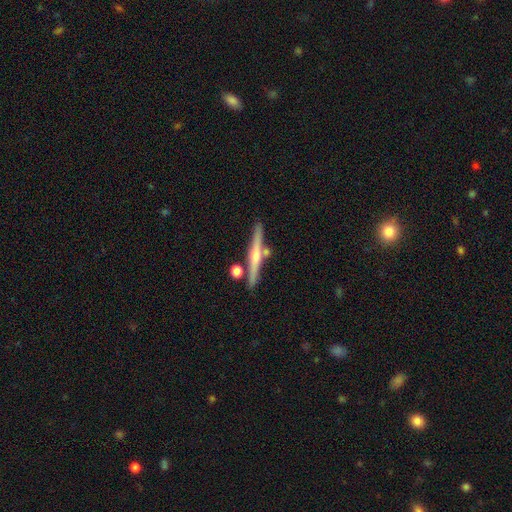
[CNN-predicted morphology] featured or disk 68%, smooth 26%, star or artifact 6%. Down the decision tree: edge-on disk — yes (97%); edge-on bulge — rounded (82%); merging — none (81%).